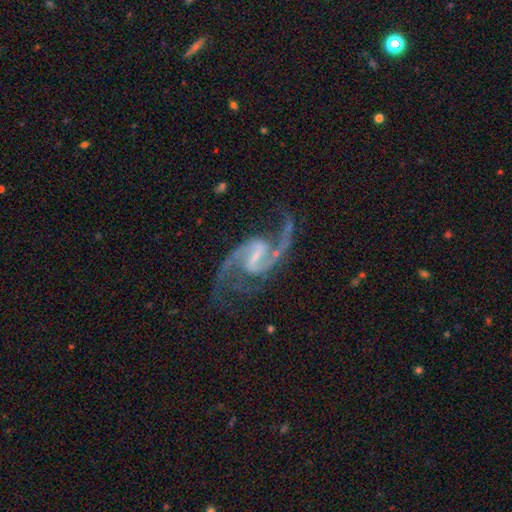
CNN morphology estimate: Smooth or featured? Predicted: featured or disk (p=0.93). Edge-on disk? Predicted: no (p=0.98). Bar? Predicted: weak (p=0.47). Spiral arms? Predicted: yes (p=0.98). Spiral winding? Predicted: medium (p=0.48). Spiral arm count? Predicted: 2 (p=0.94). Bulge size? Predicted: small (p=0.53). Merging? Predicted: none (p=0.73).